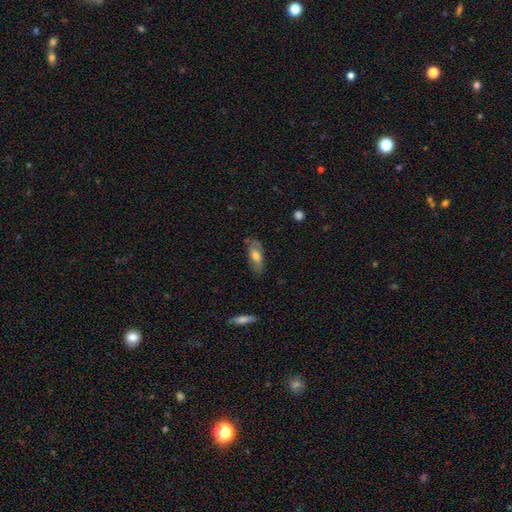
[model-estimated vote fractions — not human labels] smooth_or_featured: smooth (p=0.56) [alt: featured or disk p=0.37]
how_rounded: in between (p=0.79) [alt: cigar-shaped p=0.17]
merging: none (p=0.68) [alt: minor disturbance p=0.23]